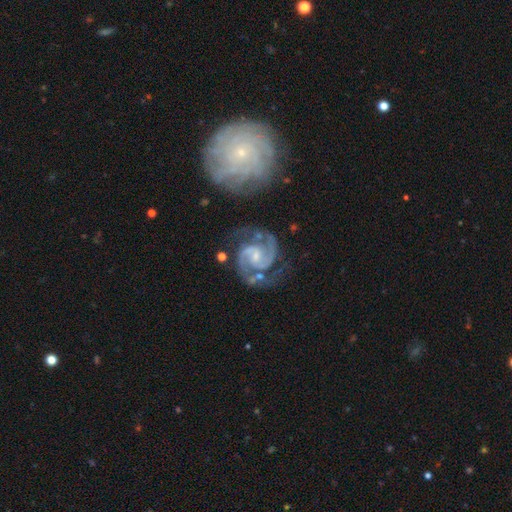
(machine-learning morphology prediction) Smooth or featured? featured or disk (94%)
Edge-on disk? no (98%)
Bar? weak (46%)
Spiral arms? yes (99%)
Spiral winding? medium (58%)
Spiral arm count? 2 (91%)
Bulge size? small (61%)
Merging? none (63%)